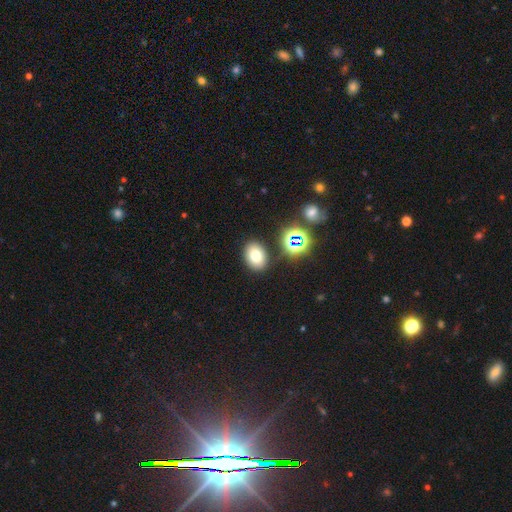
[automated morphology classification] Smooth or featured: smooth — 73% (star or artifact — 16%)
How rounded: in between — 70% (round — 28%)
Merging: none — 83% (minor disturbance — 9%)